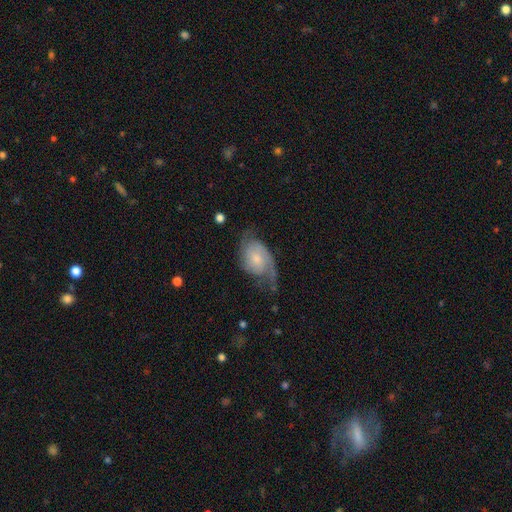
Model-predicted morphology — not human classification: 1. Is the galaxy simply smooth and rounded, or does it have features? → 75% featured or disk, 18% smooth, 7% star or artifact.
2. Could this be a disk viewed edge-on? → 96% no, 4% yes.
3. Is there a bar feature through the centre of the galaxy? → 65% no, 30% weak, 5% strong.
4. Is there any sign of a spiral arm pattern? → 94% yes, 6% no.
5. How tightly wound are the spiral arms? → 43% medium, 29% loose, 28% tight.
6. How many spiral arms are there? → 73% 2, 10% can't tell, 9% 1, 4% 3, 2% 4, 2% more than 4.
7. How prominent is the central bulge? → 51% small, 37% moderate, 7% none, 4% large, 1% dominant.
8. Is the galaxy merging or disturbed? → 56% none, 25% minor disturbance, 17% major disturbance, 2% merger.